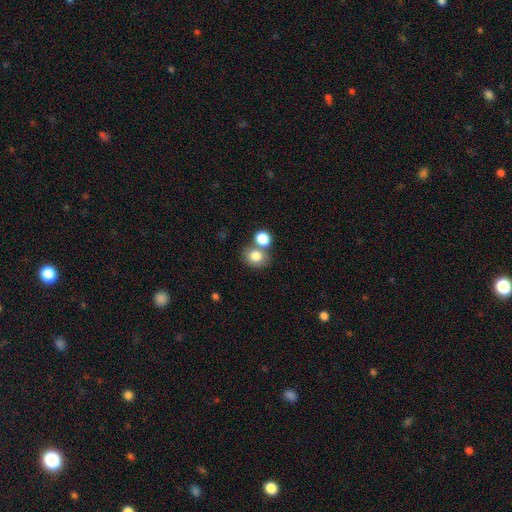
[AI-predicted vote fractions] Morphology: type=smooth (81%); roundness=round (62%); merging=none (53%).